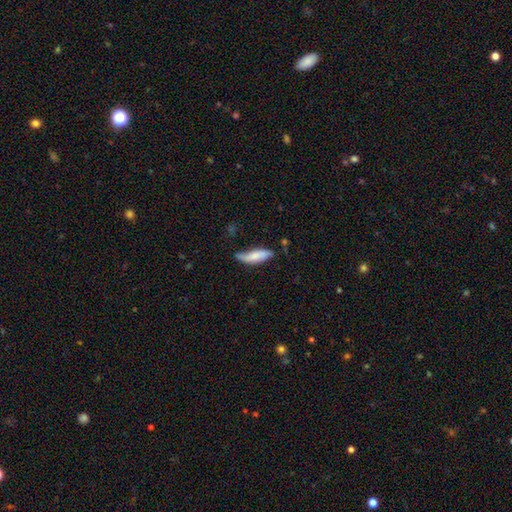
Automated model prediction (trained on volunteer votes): Morphology: type=smooth (67%); roundness=in between (51%); merging=none (55%).